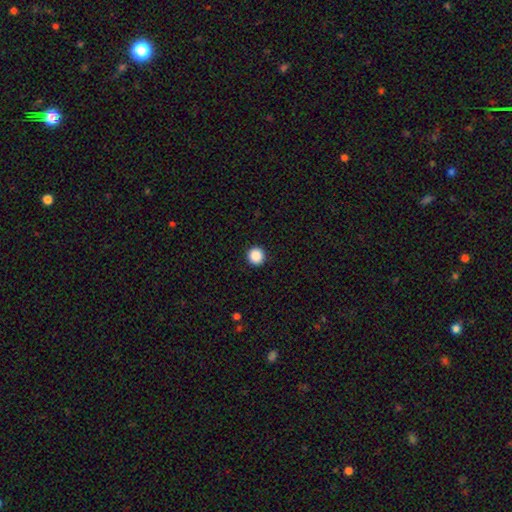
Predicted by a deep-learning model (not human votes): A smooth galaxy with no disk features (89%) that is round (95%).

Vote fractions:
- Smooth or featured? smooth: 89% / star or artifact: 9% / featured or disk: 2%
- How rounded? round: 95% / in between: 4% / cigar-shaped: 1%
- Merging? none: 93% / minor disturbance: 4% / major disturbance: 2% / merger: 1%